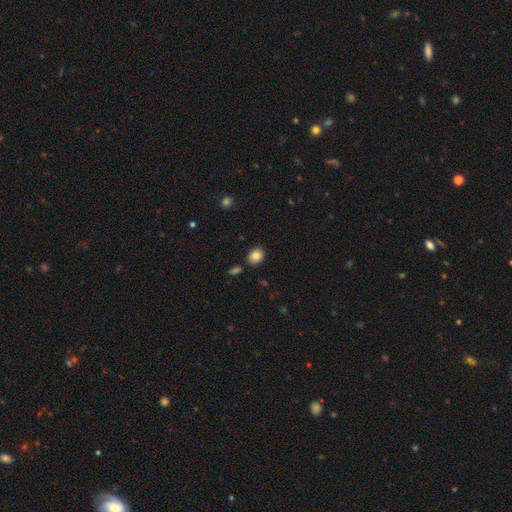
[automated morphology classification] A smooth galaxy with no disk features (84%) that is in between round and cigar-shaped (51%).

Vote fractions:
- Smooth or featured? smooth: 84% / star or artifact: 9% / featured or disk: 7%
- How rounded? in between: 51% / round: 48% / cigar-shaped: 1%
- Merging? none: 84% / minor disturbance: 9% / merger: 4% / major disturbance: 2%